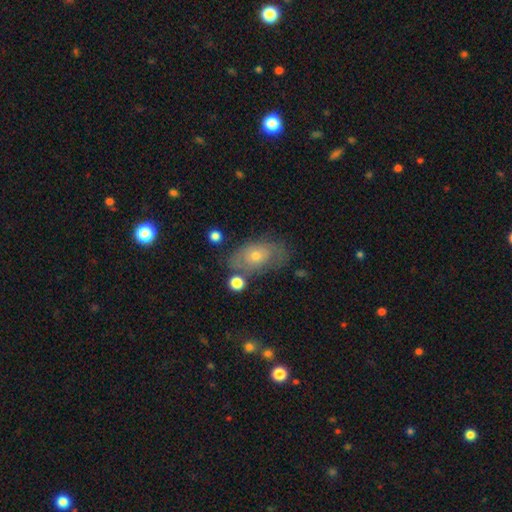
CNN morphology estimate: Overall: smooth (45%; featured or disk 44%). Merging: none (59%; minor disturbance 24%).